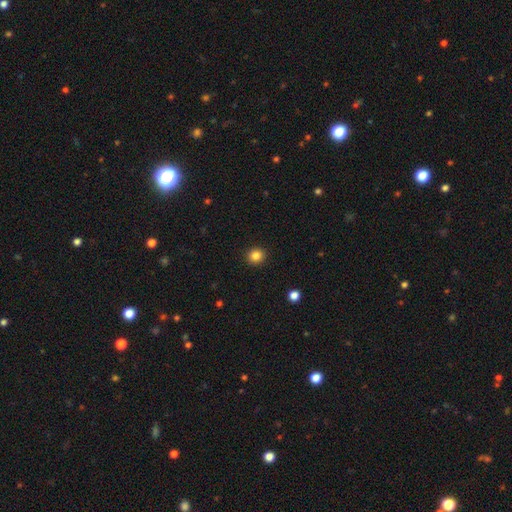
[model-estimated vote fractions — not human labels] A smooth galaxy with no disk features (85%) that is round (88%).

Vote fractions:
- Smooth or featured? smooth: 85% / star or artifact: 11% / featured or disk: 4%
- How rounded? round: 88% / in between: 11% / cigar-shaped: 1%
- Merging? none: 92% / minor disturbance: 5% / major disturbance: 2% / merger: 1%